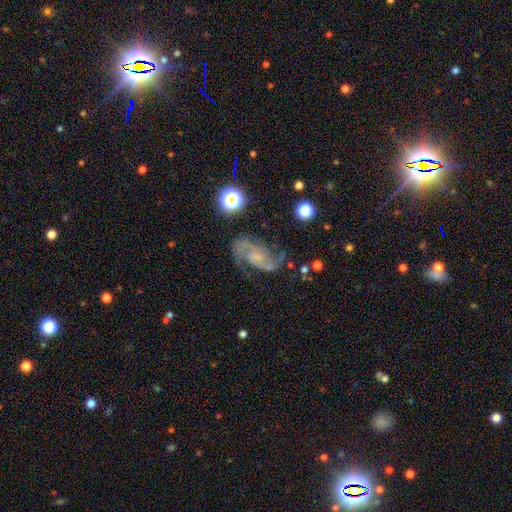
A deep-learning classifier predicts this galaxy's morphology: Smooth or featured? Predicted: featured or disk (p=0.84). Edge-on disk? Predicted: no (p=0.97). Bar? Predicted: no (p=0.51). Spiral arms? Predicted: yes (p=0.96). Spiral winding? Predicted: medium (p=0.54). Spiral arm count? Predicted: 2 (p=0.85). Bulge size? Predicted: none (p=0.42). Merging? Predicted: none (p=0.67).